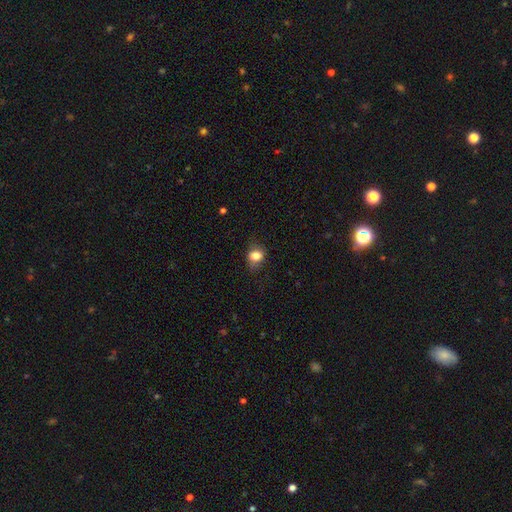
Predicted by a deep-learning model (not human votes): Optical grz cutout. It shows a smooth galaxy with no disk features (80%) that is round (52%). Merging: none (72%).